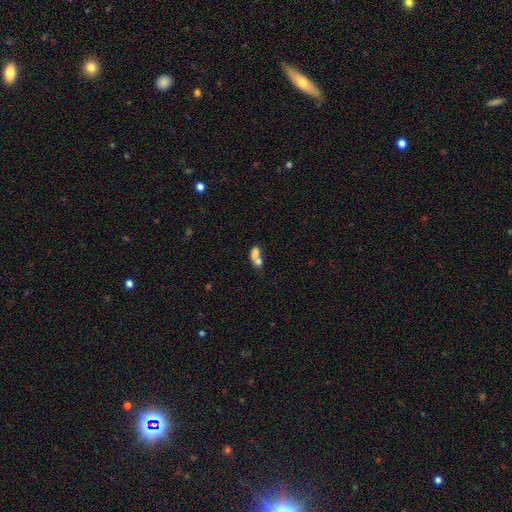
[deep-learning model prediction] smooth 73%, featured or disk 17%, star or artifact 10%. Down the decision tree: how rounded — in between (73%); merging — merger (70%).